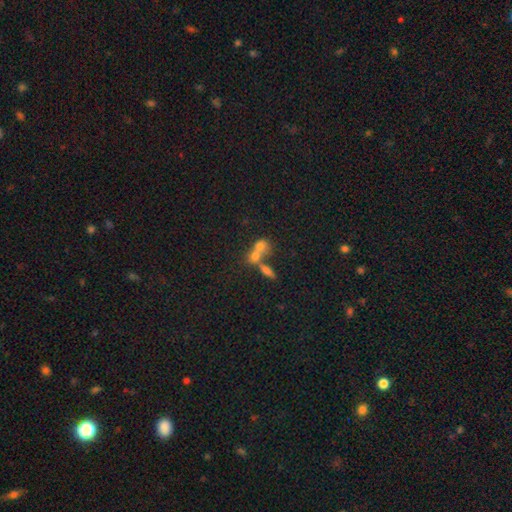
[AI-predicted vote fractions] Smooth or featured?
  - smooth: 64% *
  - featured or disk: 22%
  - star or artifact: 14%
How rounded?
  - in between: 49% *
  - round: 44%
  - cigar-shaped: 7%
Merging?
  - merger: 67% *
  - none: 22%
  - minor disturbance: 6%
  - major disturbance: 5%